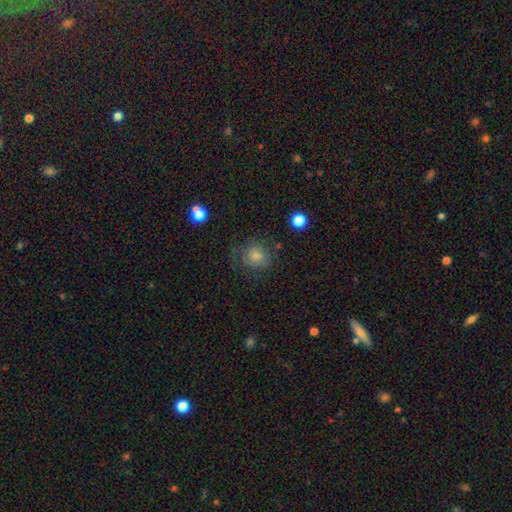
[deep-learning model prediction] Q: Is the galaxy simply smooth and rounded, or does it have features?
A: smooth — 65%.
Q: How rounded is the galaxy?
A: round — 82%.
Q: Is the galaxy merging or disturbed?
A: none — 72%.